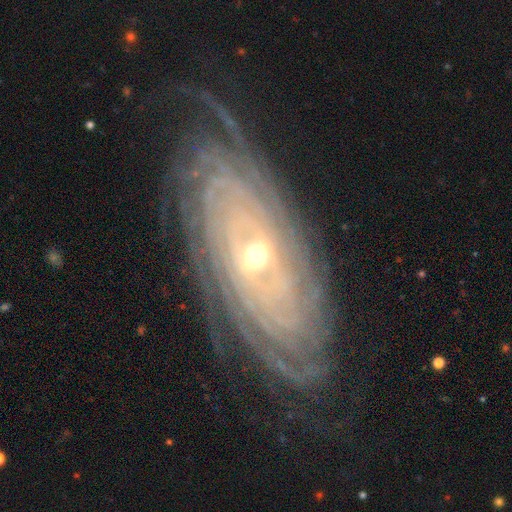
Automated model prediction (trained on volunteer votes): smooth-or-featured: featured or disk: 88% | star or artifact: 6% | smooth: 6%
  disk-edge-on: no: 92% | yes: 8%
    bar: no: 67% | weak: 21% | strong: 12%
    has-spiral-arms: yes: 97% | no: 3%
      spiral-winding: tight: 88% | medium: 10% | loose: 2%
      spiral-arm-count: can't tell: 31% | more than 4: 27% | 4: 14% | 3: 10% | 2: 10% | 1: 7%
    bulge-size: small: 51% | moderate: 45% | large: 2% | dominant: 1% | none: 1%
  merging: none: 81% | minor disturbance: 13% | major disturbance: 5% | merger: 1%